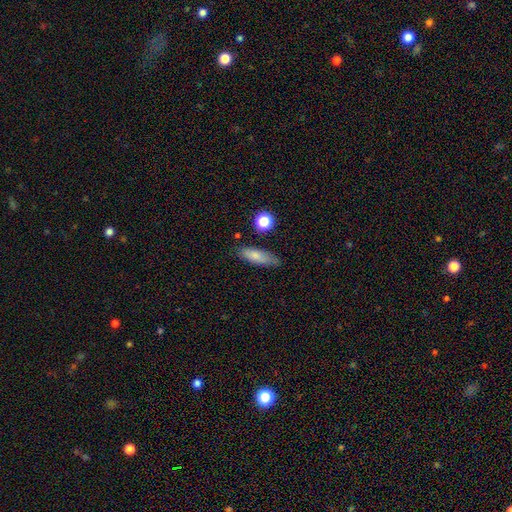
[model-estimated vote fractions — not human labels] Q: Smooth or featured?
A: smooth (78%); runner-up: featured or disk (14%)
Q: How rounded?
A: in between (50%); runner-up: cigar-shaped (47%)
Q: Merging?
A: none (72%); runner-up: minor disturbance (20%)